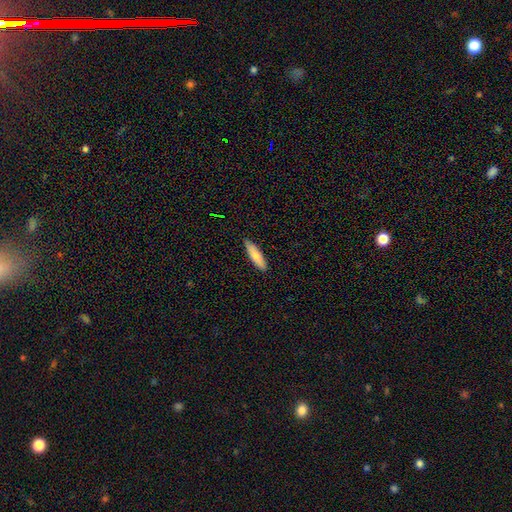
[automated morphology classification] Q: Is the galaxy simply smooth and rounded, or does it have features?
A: smooth — 75%.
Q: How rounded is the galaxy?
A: cigar-shaped — 62%.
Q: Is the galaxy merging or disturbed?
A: none — 88%.